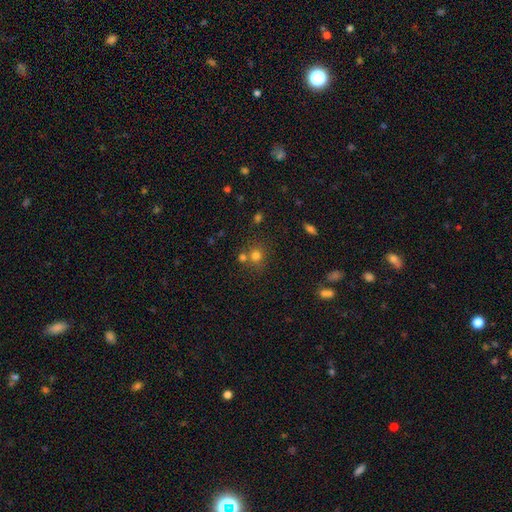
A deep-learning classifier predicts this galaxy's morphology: Smooth or featured? Predicted: smooth (p=0.75). How rounded? Predicted: round (p=0.85). Merging? Predicted: none (p=0.59).